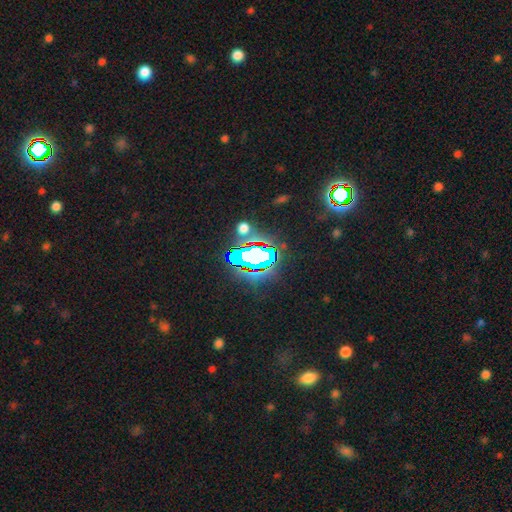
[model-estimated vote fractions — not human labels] Smooth or featured: star or artifact — 63% (smooth — 20%)